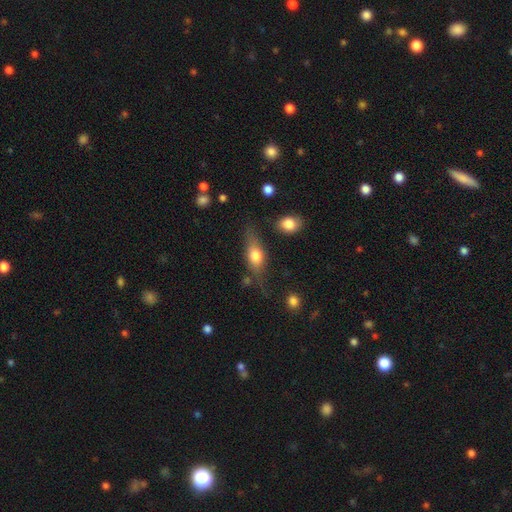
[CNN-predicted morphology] A smooth galaxy with no disk features (63%) that is in between round and cigar-shaped (68%).

Vote fractions:
- Smooth or featured? smooth: 63% / featured or disk: 29% / star or artifact: 8%
- How rounded? in between: 68% / cigar-shaped: 21% / round: 11%
- Merging? none: 58% / minor disturbance: 25% / major disturbance: 12% / merger: 6%